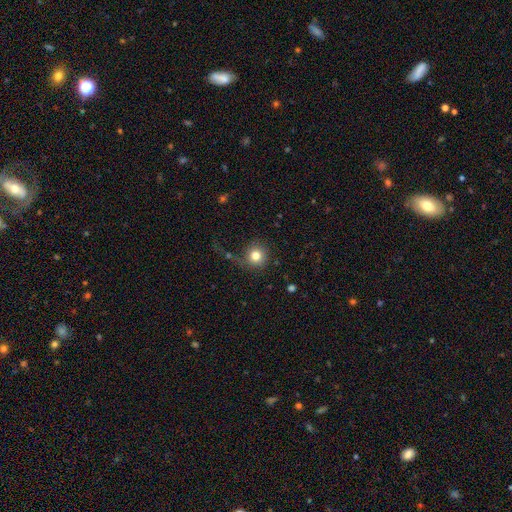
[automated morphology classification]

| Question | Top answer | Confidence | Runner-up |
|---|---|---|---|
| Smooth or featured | smooth | 80% | star or artifact (11%) |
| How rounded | round | 93% | in between (6%) |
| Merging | none | 69% | major disturbance (13%) |